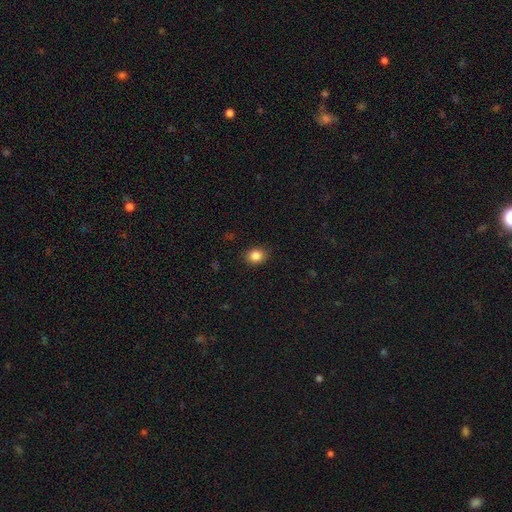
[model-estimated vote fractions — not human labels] smooth-or-featured: smooth: 86% | star or artifact: 10% | featured or disk: 4%
  how-rounded: round: 56% | in between: 43% | cigar-shaped: 1%
  merging: none: 88% | minor disturbance: 9% | major disturbance: 2% | merger: 1%